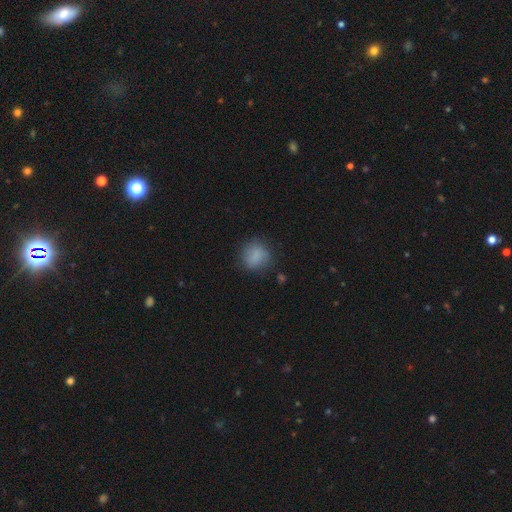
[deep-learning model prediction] Smooth or featured? smooth (84%)
How rounded? round (76%)
Merging? none (76%)